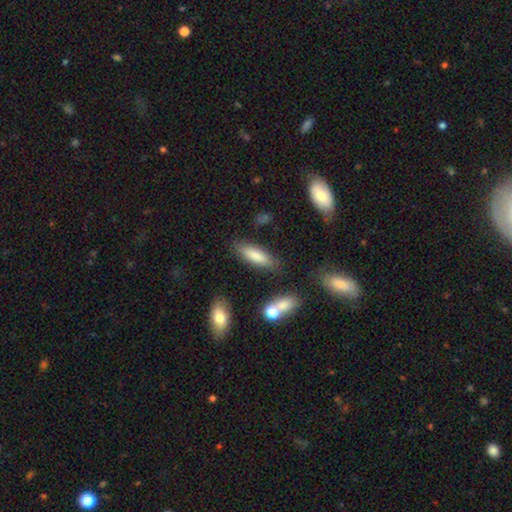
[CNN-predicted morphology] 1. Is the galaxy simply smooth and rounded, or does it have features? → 81% smooth, 12% featured or disk, 7% star or artifact.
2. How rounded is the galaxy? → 50% in between, 48% cigar-shaped, 2% round.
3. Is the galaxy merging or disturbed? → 80% none, 12% minor disturbance, 4% major disturbance, 4% merger.